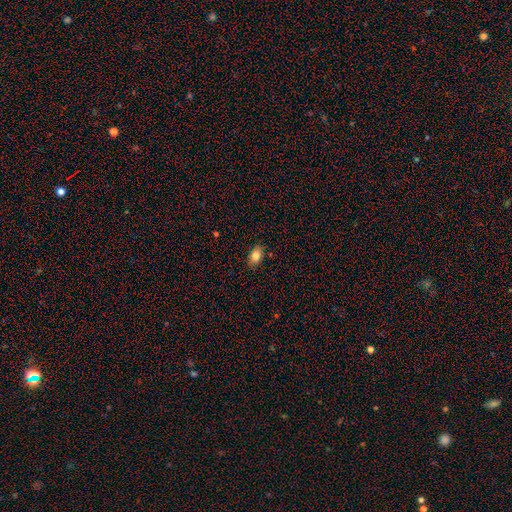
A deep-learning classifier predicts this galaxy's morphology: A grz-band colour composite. It shows a smooth galaxy with no disk features (82%) that is in between round and cigar-shaped (87%). Merging: none (86%).